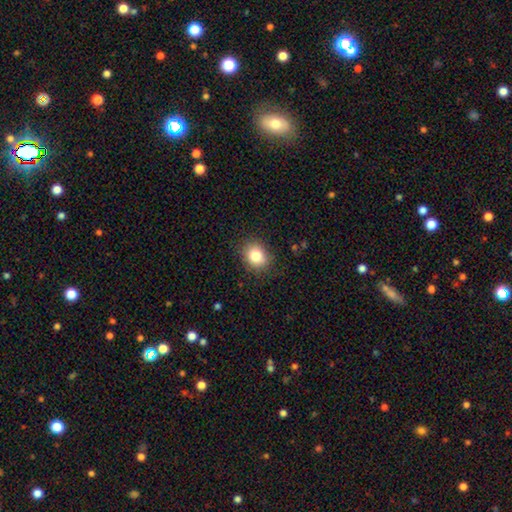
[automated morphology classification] Smooth or featured?
  - smooth: 81% *
  - star or artifact: 10%
  - featured or disk: 8%
How rounded?
  - round: 60% *
  - in between: 39%
  - cigar-shaped: 1%
Merging?
  - none: 86% *
  - minor disturbance: 10%
  - major disturbance: 3%
  - merger: 1%